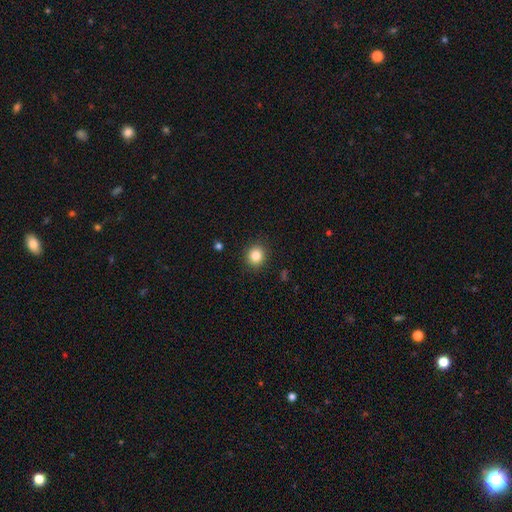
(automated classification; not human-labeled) A smooth galaxy with no disk features (84%) that is round (83%). Merging: none (90%).